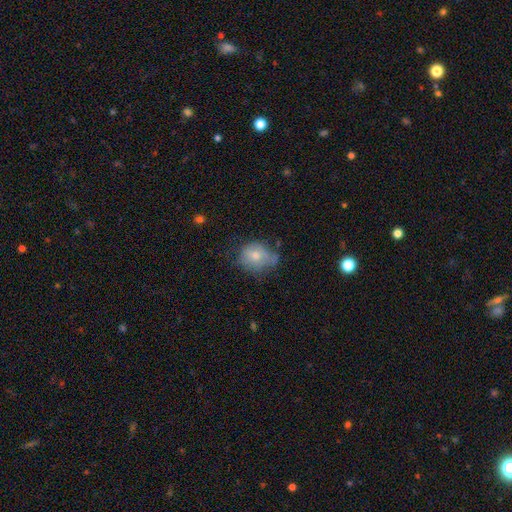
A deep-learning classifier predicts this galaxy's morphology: type=smooth (70%); roundness=round (59%); merging=none (42%).